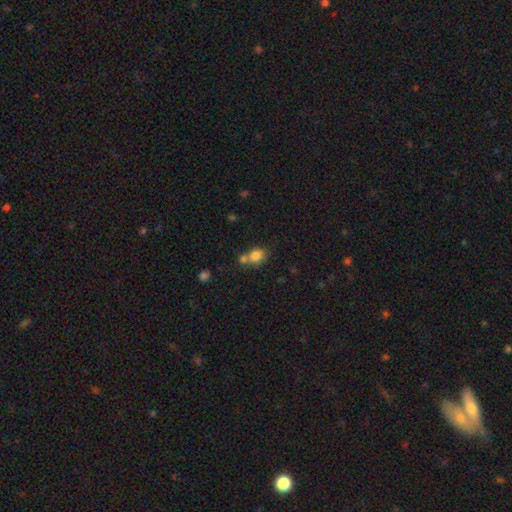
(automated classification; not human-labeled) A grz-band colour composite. It shows a smooth galaxy with no disk features (81%) that is round (62%). Merging: none (45%).